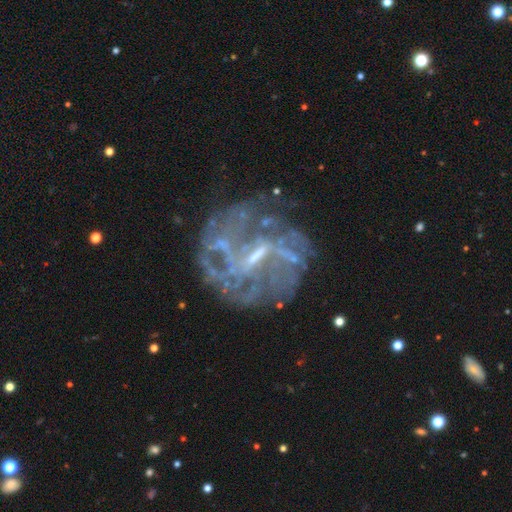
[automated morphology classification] Overall: featured or disk (77%). Edge-on disk: no (97%). Bar: weak (49%; strong 31%). Spiral arms: yes (72%). Spiral arm count: can't tell (47%; 2 18%). Spiral winding: tight (38%; medium 35%). Bulge size: small (65%). Merging: none (68%).